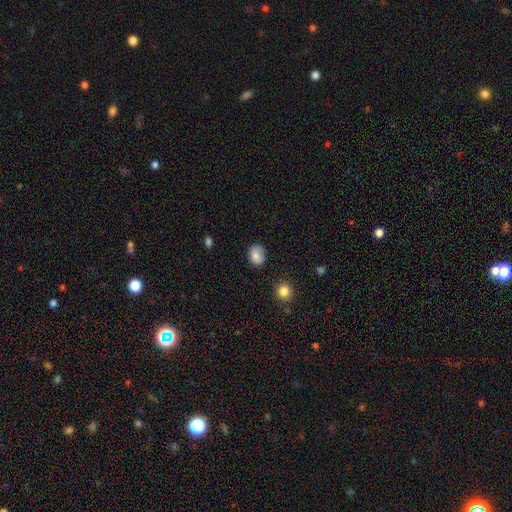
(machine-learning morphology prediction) This appears to be a smooth galaxy with no disk features (81%) that is in between round and cigar-shaped (53%). Merging: none (76%).